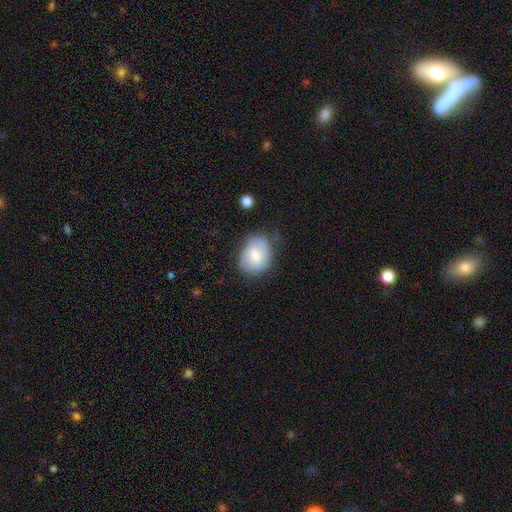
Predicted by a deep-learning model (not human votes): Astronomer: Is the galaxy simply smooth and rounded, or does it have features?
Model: smooth — 78%.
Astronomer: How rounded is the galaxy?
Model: in between — 57% (runner-up: round, 43%).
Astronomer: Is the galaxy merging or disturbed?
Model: none — 62%.